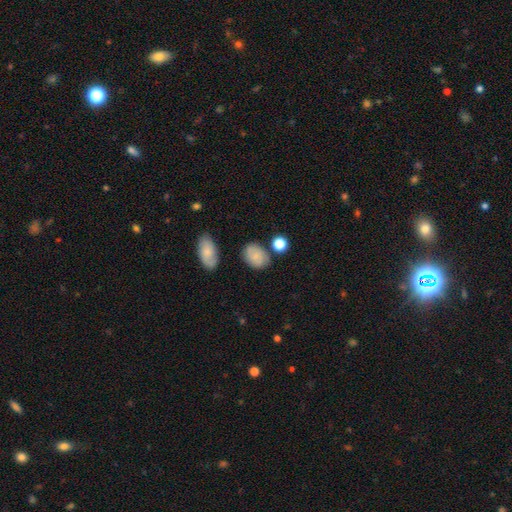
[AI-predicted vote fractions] Overall: smooth (73%). How rounded: in between (69%; round 30%). Merging: none (73%).